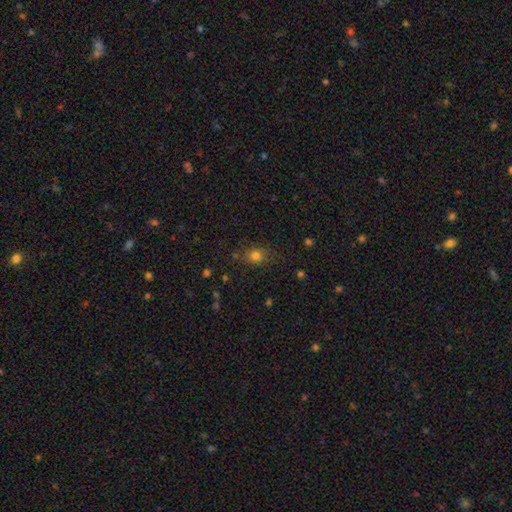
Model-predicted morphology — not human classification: Smooth or featured? Predicted: smooth (p=0.78). How rounded? Predicted: round (p=0.61). Merging? Predicted: none (p=0.78).